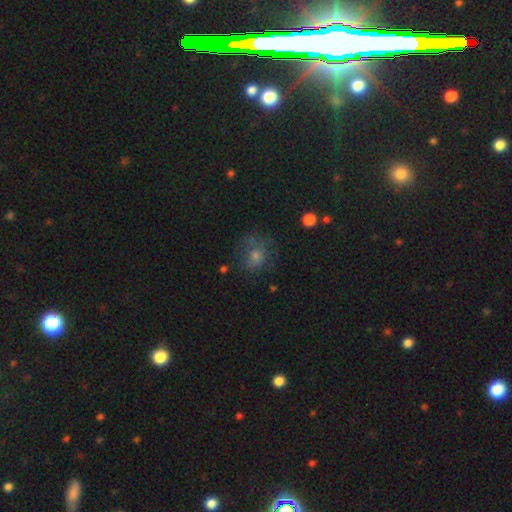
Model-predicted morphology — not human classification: Smooth or featured? Predicted: smooth (p=0.53). How rounded? Predicted: round (p=0.72). Merging? Predicted: none (p=0.60).